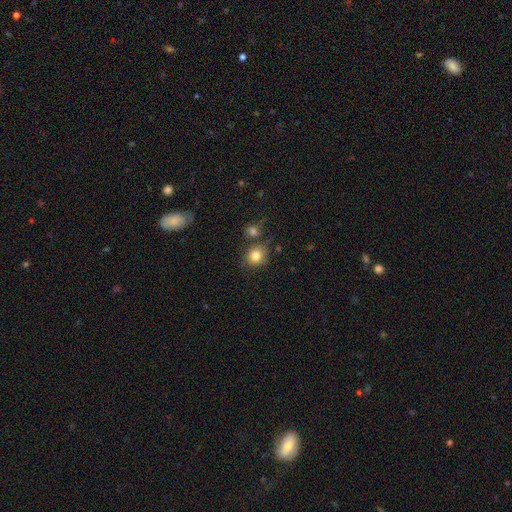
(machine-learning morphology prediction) The model was most divided on "merging": none: 68%, minor disturbance: 15%, merger: 12%, major disturbance: 5%. More confident: smooth or featured — smooth (81%); how rounded — round (79%).